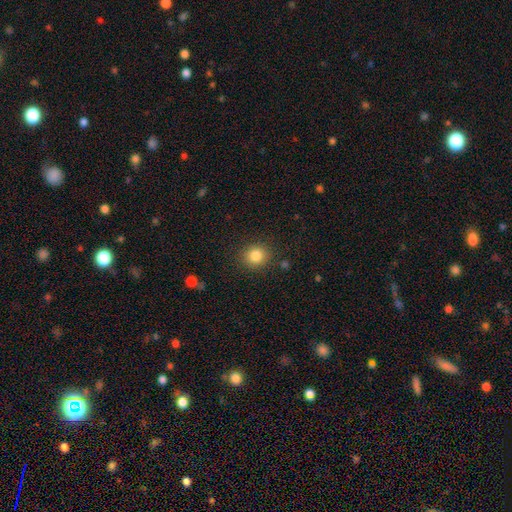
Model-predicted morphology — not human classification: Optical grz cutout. It shows a smooth galaxy with no disk features (84%) that is round (84%). Merging: none (88%).